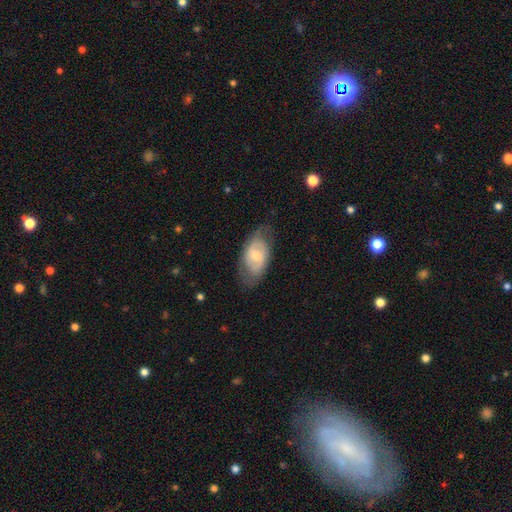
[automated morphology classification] Q: Smooth or featured?
A: featured or disk (56%); runner-up: smooth (38%)
Q: Edge-on disk?
A: no (93%); runner-up: yes (7%)
Q: Bar?
A: no (46%); runner-up: weak (43%)
Q: Spiral arms?
A: yes (60%); runner-up: no (40%)
Q: Bulge size?
A: moderate (53%); runner-up: small (36%)
Q: Merging?
A: none (66%); runner-up: minor disturbance (23%)